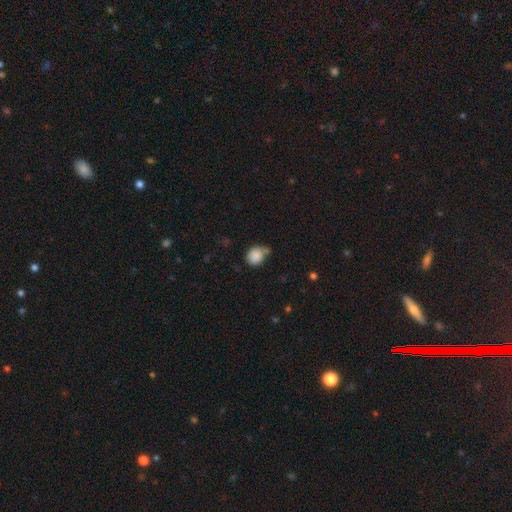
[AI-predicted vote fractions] Q: Smooth or featured?
A: smooth (85%); runner-up: star or artifact (9%)
Q: How rounded?
A: round (67%); runner-up: in between (32%)
Q: Merging?
A: none (47%); runner-up: minor disturbance (29%)